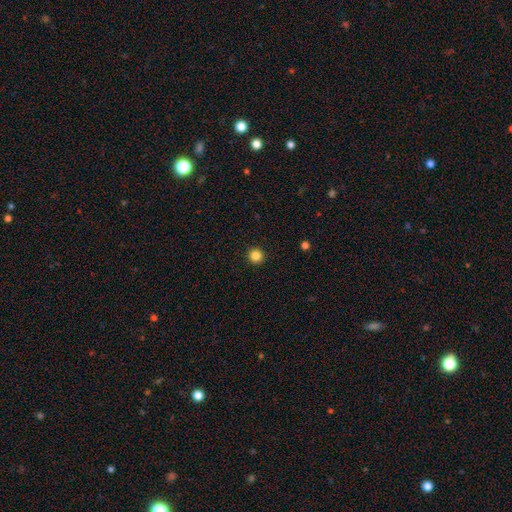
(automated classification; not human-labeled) Q: Smooth or featured?
A: smooth (85%); runner-up: star or artifact (11%)
Q: How rounded?
A: round (96%); runner-up: in between (3%)
Q: Merging?
A: none (94%); runner-up: minor disturbance (4%)